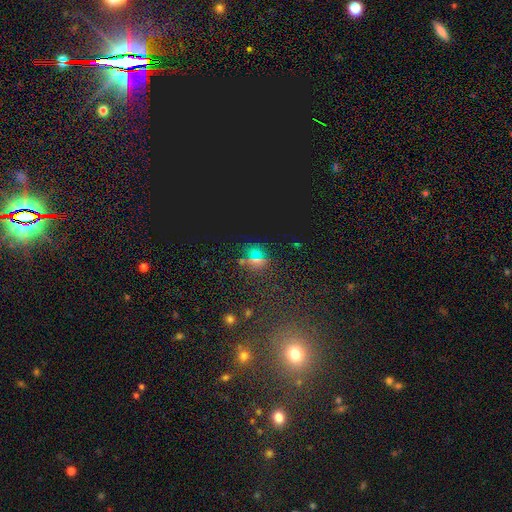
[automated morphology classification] This is likely a star or artifact rather than a galaxy (64%).